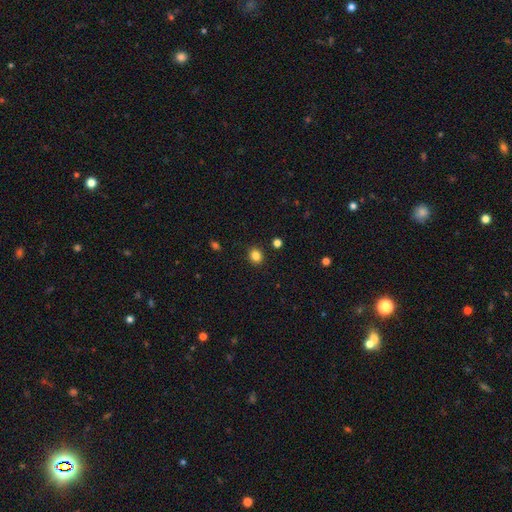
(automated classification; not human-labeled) This is clearly a smooth galaxy (84%). How rounded: likely round (73%). Merging: clearly none (89%).